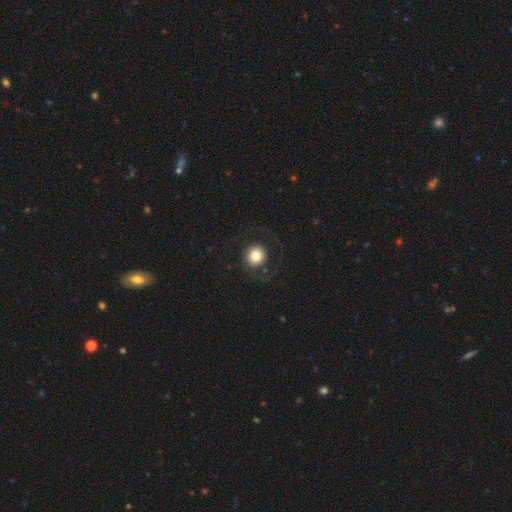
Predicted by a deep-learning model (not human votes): smooth-or-featured: smooth: 74% | featured or disk: 17% | star or artifact: 9%
  how-rounded: round: 91% | in between: 8% | cigar-shaped: 1%
  merging: none: 77% | major disturbance: 12% | minor disturbance: 10% | merger: 1%